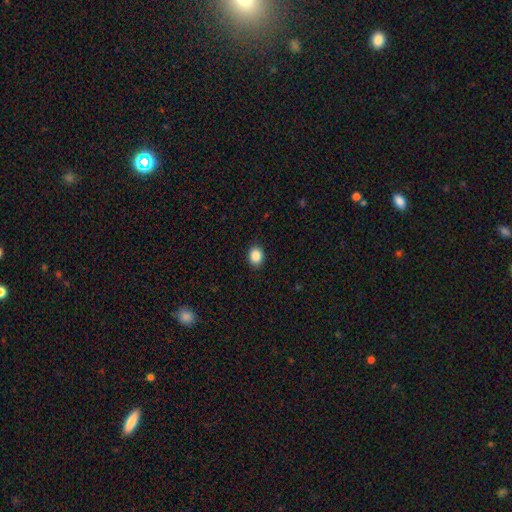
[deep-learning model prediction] A smooth galaxy with no disk features (88%) that is in between round and cigar-shaped (54%).

Vote fractions:
- Smooth or featured? smooth: 88% / star or artifact: 9% / featured or disk: 3%
- How rounded? in between: 54% / round: 45% / cigar-shaped: 1%
- Merging? none: 89% / minor disturbance: 8% / major disturbance: 2% / merger: 1%